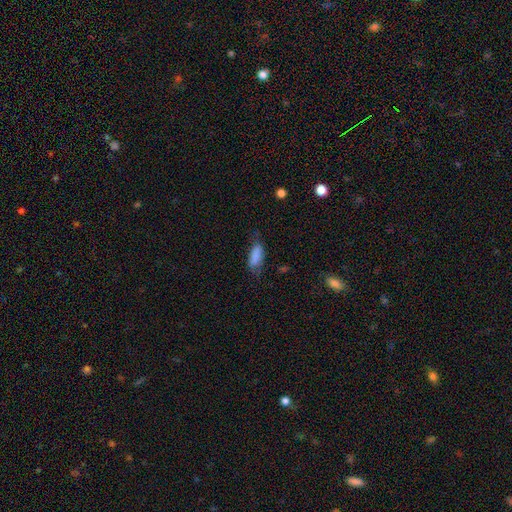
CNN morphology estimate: A smooth galaxy with no disk features (82%) that is in between round and cigar-shaped (76%). Merging: none (51%).